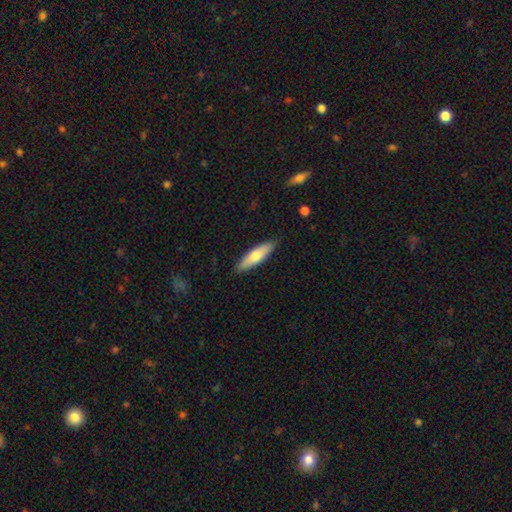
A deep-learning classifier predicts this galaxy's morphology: type=smooth (64%); roundness=cigar-shaped (66%); merging=none (88%).